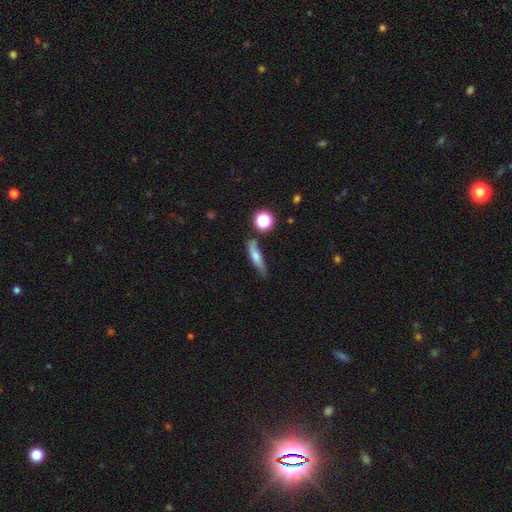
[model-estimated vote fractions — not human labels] Smooth or featured: smooth — 65% (featured or disk — 26%)
How rounded: cigar-shaped — 69% (in between — 25%)
Merging: none — 61% (minor disturbance — 25%)